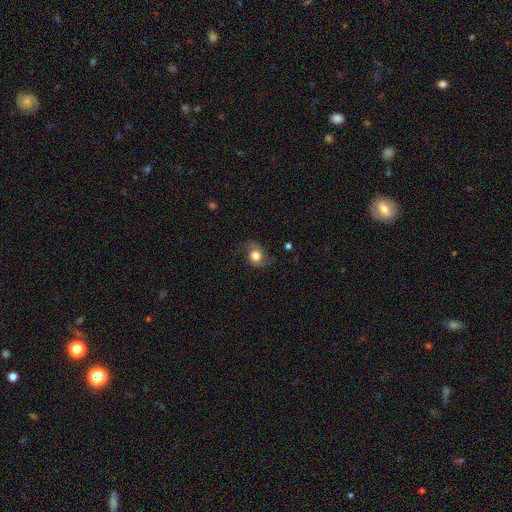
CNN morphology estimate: Smooth or featured?
  - smooth: 59% *
  - featured or disk: 31%
  - star or artifact: 9%
How rounded?
  - round: 58% *
  - in between: 41%
  - cigar-shaped: 1%
Merging?
  - none: 60% *
  - minor disturbance: 24%
  - major disturbance: 15%
  - merger: 2%